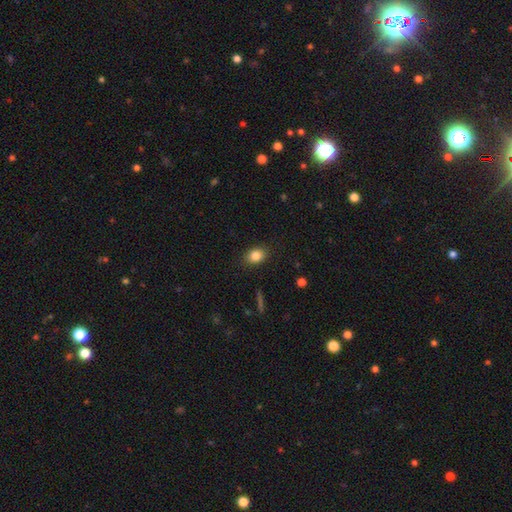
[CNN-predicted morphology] Q: Smooth or featured?
A: smooth (83%); runner-up: star or artifact (10%)
Q: How rounded?
A: in between (67%); runner-up: round (31%)
Q: Merging?
A: none (87%); runner-up: minor disturbance (10%)